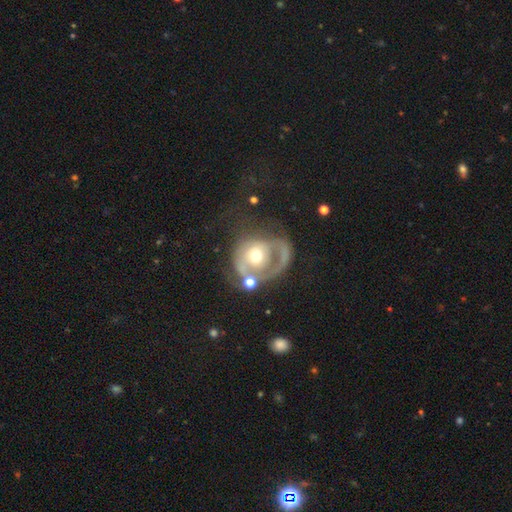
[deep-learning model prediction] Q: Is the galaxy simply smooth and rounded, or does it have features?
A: featured or disk — 64%.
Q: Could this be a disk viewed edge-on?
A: no — 97%.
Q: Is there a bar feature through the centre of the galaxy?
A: no — 81%.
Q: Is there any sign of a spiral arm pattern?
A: yes — 56%.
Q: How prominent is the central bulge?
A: moderate — 59%.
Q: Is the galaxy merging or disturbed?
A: major disturbance — 40%.